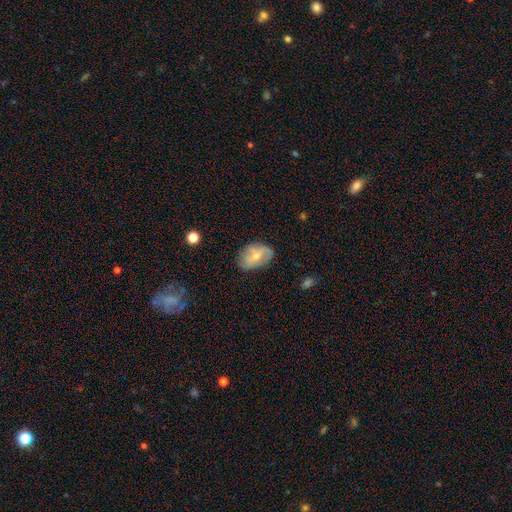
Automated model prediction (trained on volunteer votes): Smooth or featured: smooth — 53% (featured or disk — 39%)
How rounded: in between — 87% (round — 12%)
Merging: none — 68% (minor disturbance — 23%)